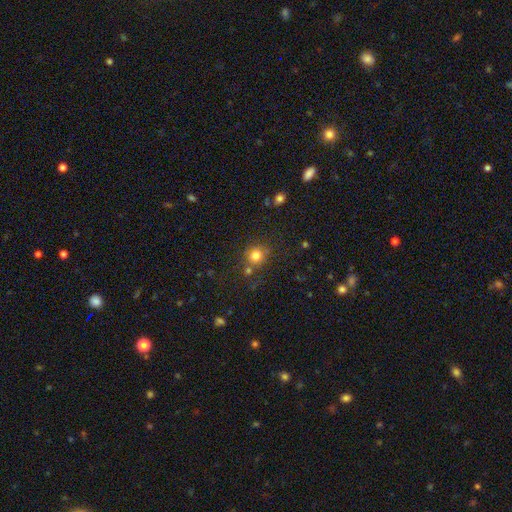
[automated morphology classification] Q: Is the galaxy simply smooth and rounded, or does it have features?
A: smooth — 79%.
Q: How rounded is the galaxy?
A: round — 89%.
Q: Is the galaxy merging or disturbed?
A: none — 72%.